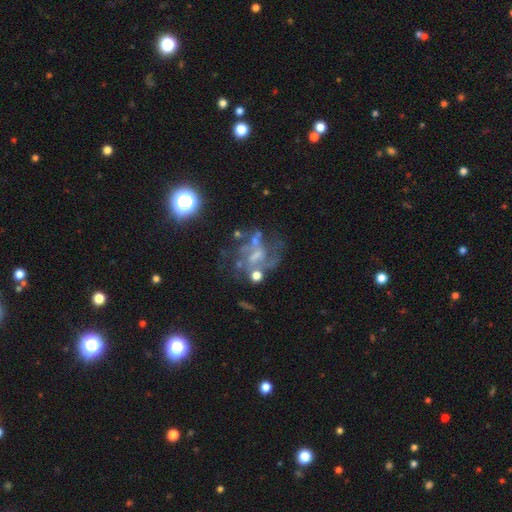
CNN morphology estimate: Q: Smooth or featured?
A: featured or disk (70%); runner-up: star or artifact (17%)
Q: Edge-on disk?
A: no (97%); runner-up: yes (3%)
Q: Bar?
A: no (42%); tied with: weak (42%)
Q: Spiral arms?
A: yes (67%); runner-up: no (33%)
Q: Bulge size?
A: none (40%); runner-up: small (31%)
Q: Merging?
A: none (45%); runner-up: major disturbance (26%)